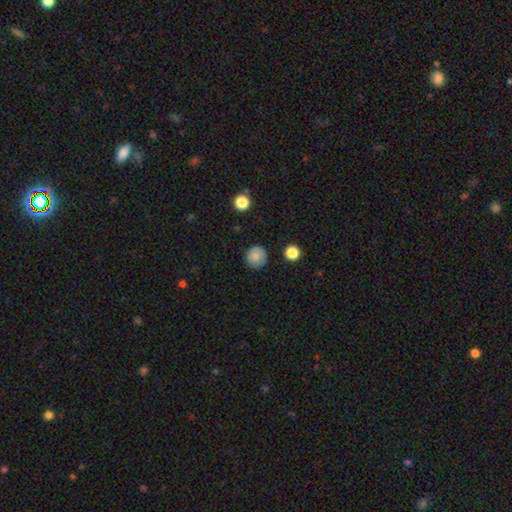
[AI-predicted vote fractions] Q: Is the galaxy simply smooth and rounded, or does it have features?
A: smooth — 83%.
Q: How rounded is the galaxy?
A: round — 94%.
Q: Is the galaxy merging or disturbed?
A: none — 86%.